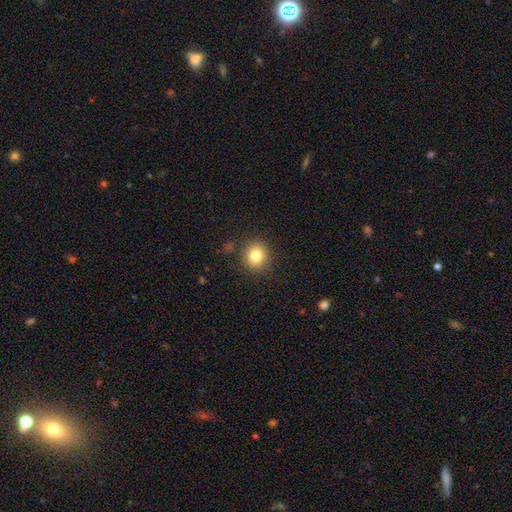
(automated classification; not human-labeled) smooth_or_featured: smooth (p=0.81) [alt: star or artifact p=0.11]
how_rounded: round (p=0.86) [alt: in between p=0.13]
merging: none (p=0.89) [alt: minor disturbance p=0.07]